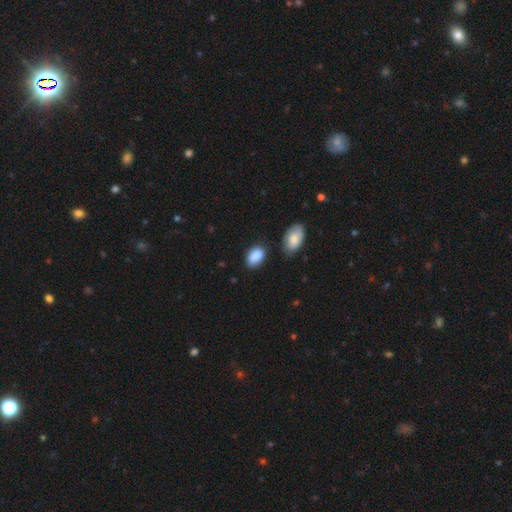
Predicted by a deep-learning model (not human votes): Smooth or featured?
  - smooth: 88% *
  - star or artifact: 7%
  - featured or disk: 5%
How rounded?
  - in between: 89% *
  - round: 9%
  - cigar-shaped: 1%
Merging?
  - none: 68% *
  - minor disturbance: 21%
  - merger: 7%
  - major disturbance: 5%